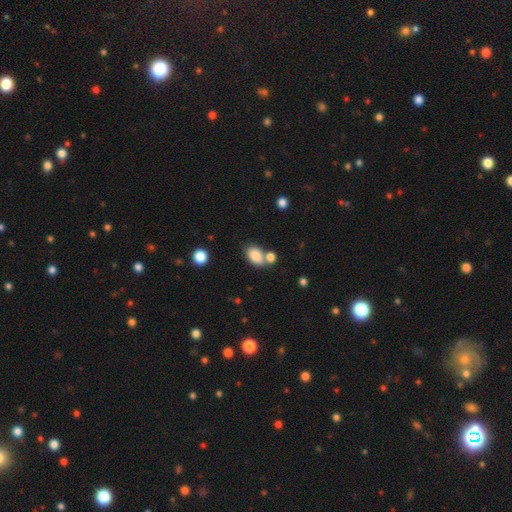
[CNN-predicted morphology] A smooth galaxy with no disk features (84%) that is in between round and cigar-shaped (84%). Merging: none (54%).